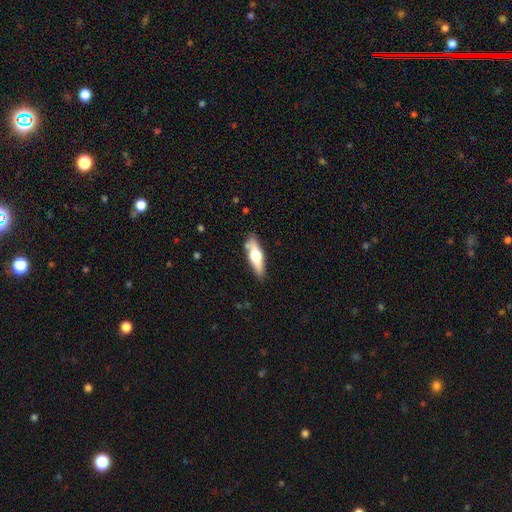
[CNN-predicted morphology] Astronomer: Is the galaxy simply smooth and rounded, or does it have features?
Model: featured or disk — 50% (runner-up: smooth, 44%).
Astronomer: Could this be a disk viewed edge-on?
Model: yes — 89%.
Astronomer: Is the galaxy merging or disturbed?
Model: none — 80%.